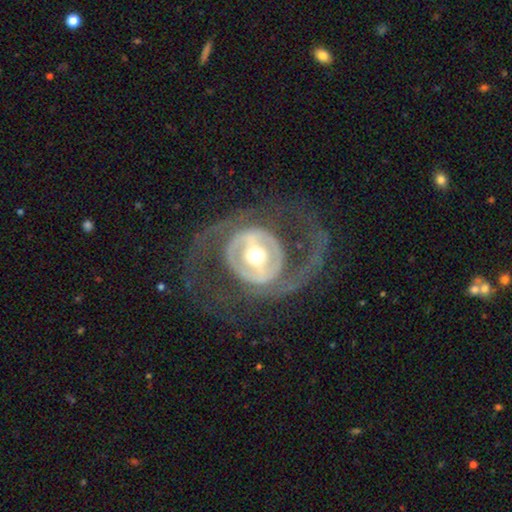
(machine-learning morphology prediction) This appears to be a featured or disk galaxy (83%) with a strong bar (46%), spiral arms (62%) and a moderate central bulge (70%). Merging: none (60%).